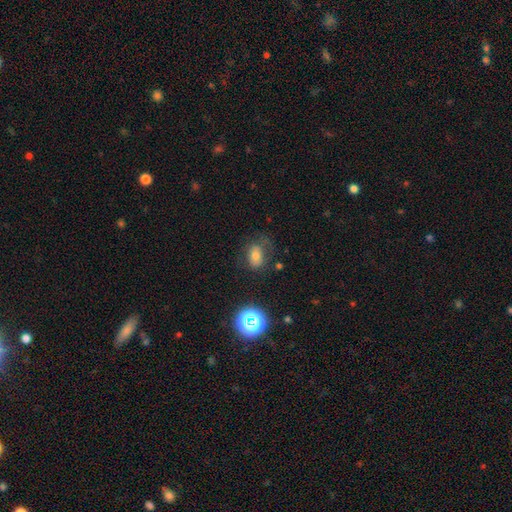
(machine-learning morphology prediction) smooth 63%, star or artifact 19%, featured or disk 18%. Down the decision tree: how rounded — in between (69%); merging — none (60%).